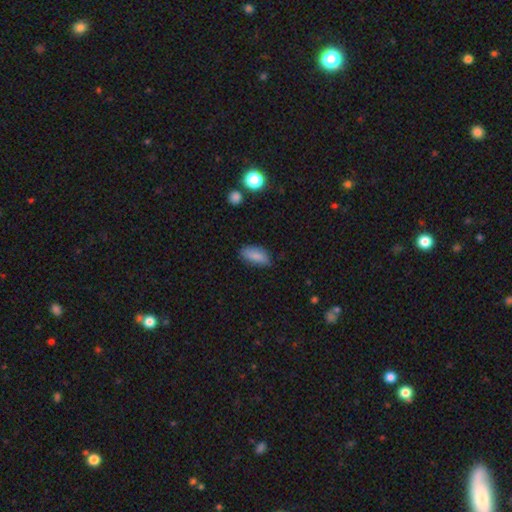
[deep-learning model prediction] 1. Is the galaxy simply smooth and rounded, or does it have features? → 85% smooth, 8% star or artifact, 7% featured or disk.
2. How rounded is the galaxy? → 86% in between, 11% cigar-shaped, 3% round.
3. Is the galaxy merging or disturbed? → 77% none, 18% minor disturbance, 3% major disturbance, 2% merger.